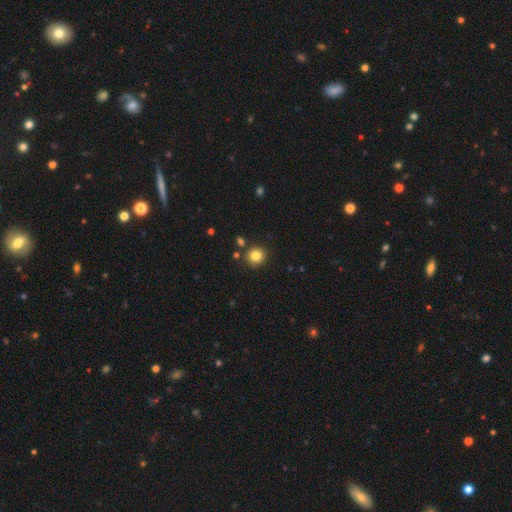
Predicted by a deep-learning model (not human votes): smooth 82%, star or artifact 11%, featured or disk 6%. Down the decision tree: how rounded — round (90%); merging — none (86%).